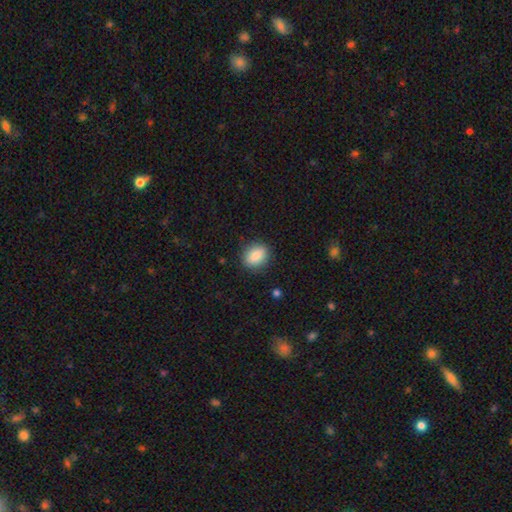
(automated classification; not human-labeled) smooth 87%, star or artifact 8%, featured or disk 5%. Down the decision tree: how rounded — in between (59%); merging — none (86%).